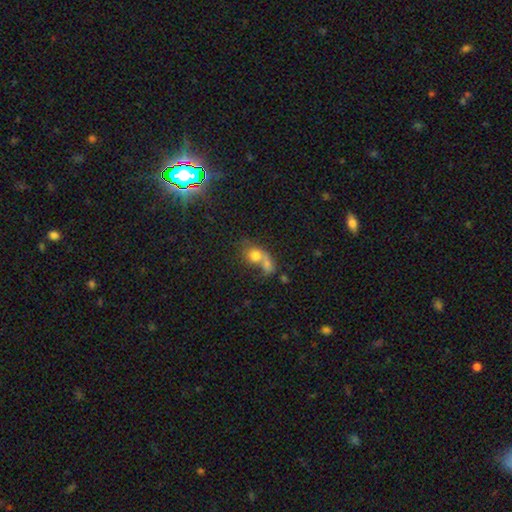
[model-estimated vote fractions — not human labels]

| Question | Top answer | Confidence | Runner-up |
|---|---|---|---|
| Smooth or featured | smooth | 71% | featured or disk (18%) |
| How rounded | round | 58% | in between (40%) |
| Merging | merger | 65% | none (19%) |